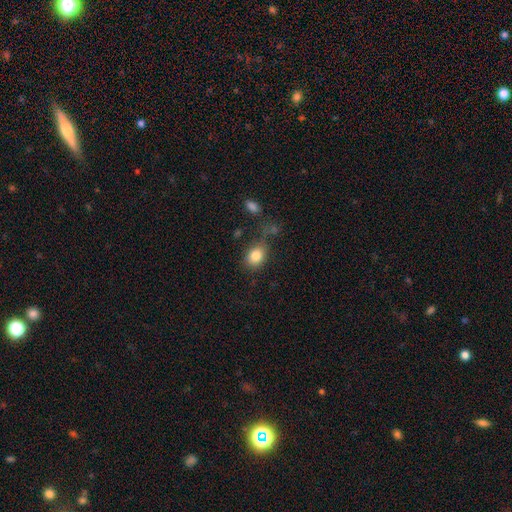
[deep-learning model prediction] This appears to be a smooth galaxy with no disk features (83%) that is in between round and cigar-shaped (60%). Merging: none (67%).